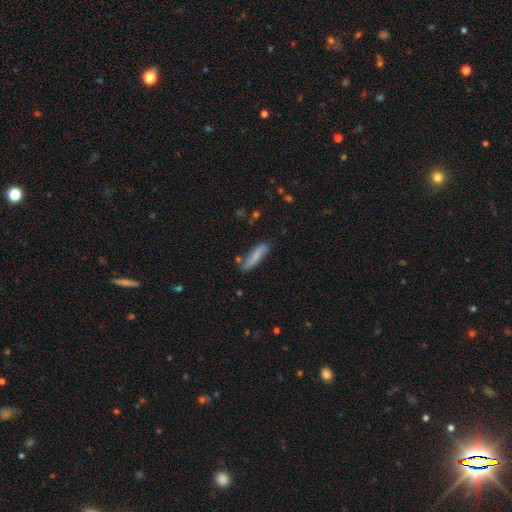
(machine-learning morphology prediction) A smooth galaxy with no disk features (71%) that is cigar-shaped (73%).

Vote fractions:
- Smooth or featured? smooth: 71% / featured or disk: 22% / star or artifact: 7%
- How rounded? cigar-shaped: 73% / in between: 25% / round: 2%
- Merging? none: 70% / minor disturbance: 20% / merger: 5% / major disturbance: 4%